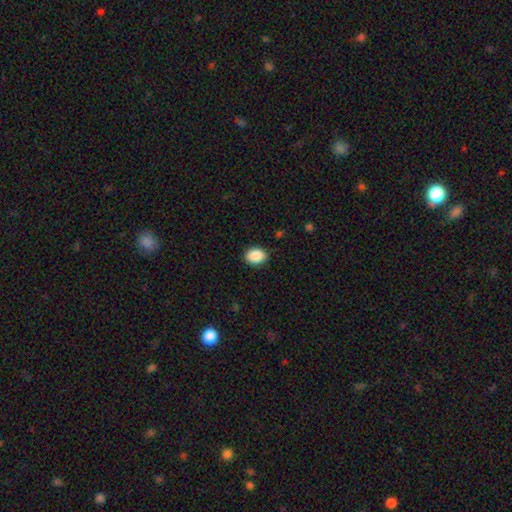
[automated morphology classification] This is clearly a smooth galaxy (89%). How rounded: likely in between (66%). Merging: clearly none (89%).